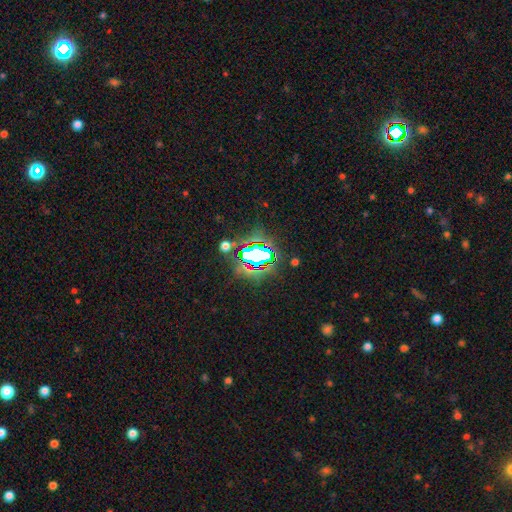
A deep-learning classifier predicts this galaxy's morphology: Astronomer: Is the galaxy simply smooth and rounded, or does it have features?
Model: star or artifact — 69%.